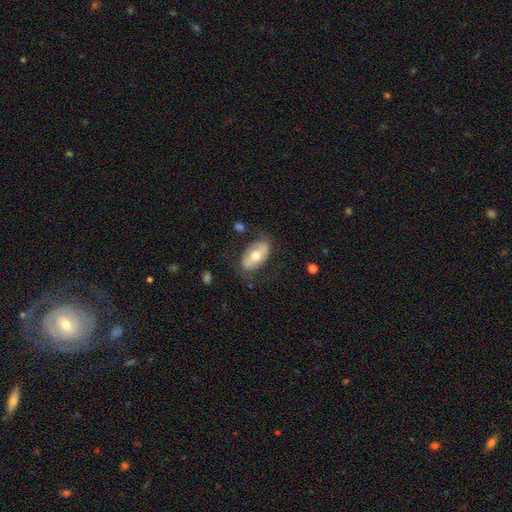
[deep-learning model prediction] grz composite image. It shows a smooth galaxy with no disk features (54%) that is in between round and cigar-shaped (92%). Merging: none (72%).